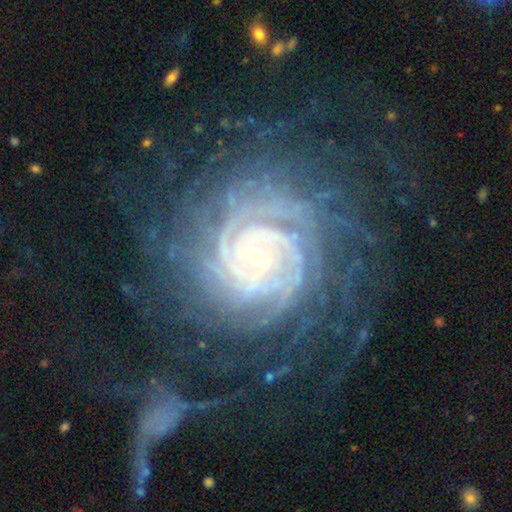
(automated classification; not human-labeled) A featured or disk galaxy (89%) with no bar (44%), tight (82%) spiral arms (98%) and a small central bulge (71%). Merging: none (75%).